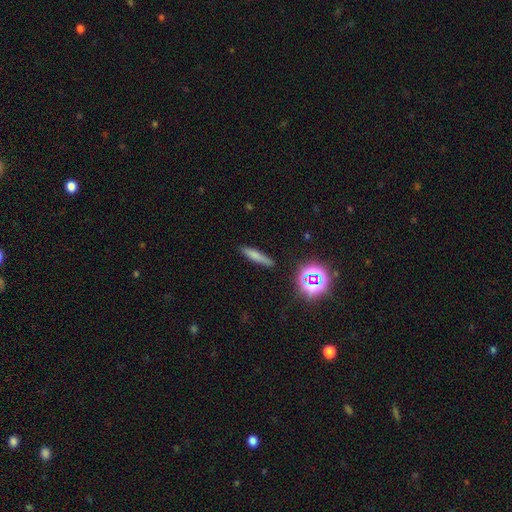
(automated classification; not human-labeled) A smooth galaxy with no disk features (70%) that is cigar-shaped (84%).

Vote fractions:
- Smooth or featured? smooth: 70% / featured or disk: 16% / star or artifact: 14%
- How rounded? cigar-shaped: 84% / in between: 13% / round: 3%
- Merging? none: 83% / minor disturbance: 11% / major disturbance: 3% / merger: 2%